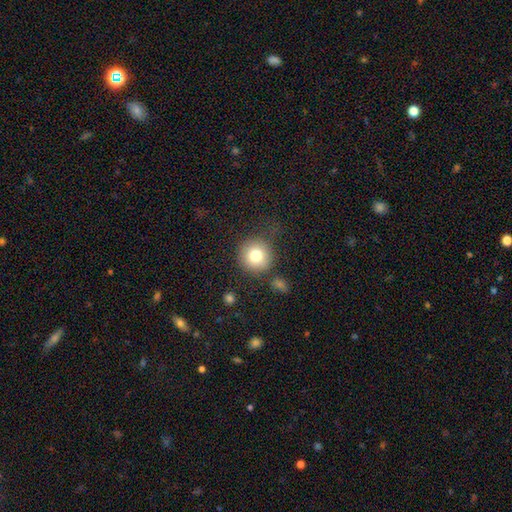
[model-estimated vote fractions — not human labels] Overall: smooth (78%). How rounded: round (94%). Merging: none (78%).